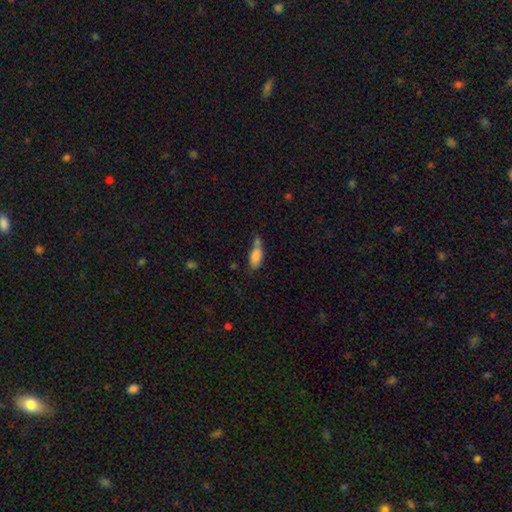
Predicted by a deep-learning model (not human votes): Morphology: type=smooth (82%); roundness=in between (82%); merging=none (37%).